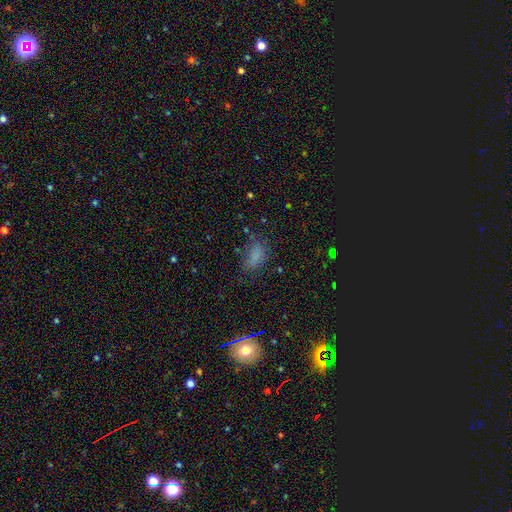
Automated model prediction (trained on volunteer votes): smooth 69%, star or artifact 19%, featured or disk 12%. Down the decision tree: how rounded — in between (86%); merging — none (51%).